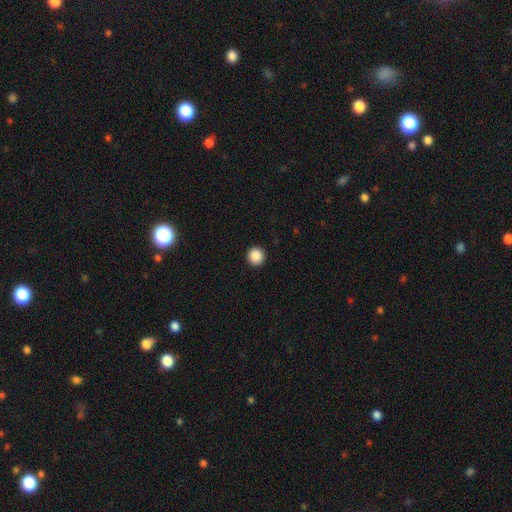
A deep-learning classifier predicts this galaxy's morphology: Smooth or featured?
  - smooth: 89% *
  - star or artifact: 9%
  - featured or disk: 3%
How rounded?
  - round: 95% *
  - in between: 4%
  - cigar-shaped: 1%
Merging?
  - none: 93% *
  - minor disturbance: 4%
  - major disturbance: 1%
  - merger: 1%